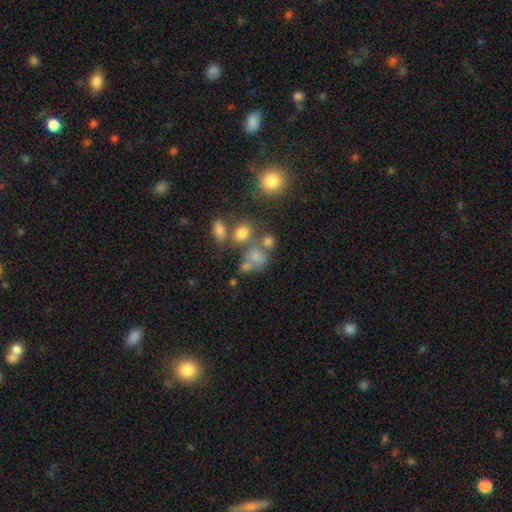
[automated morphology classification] type=smooth (58%); roundness=round (53%); merging=none (38%, tied with merger).